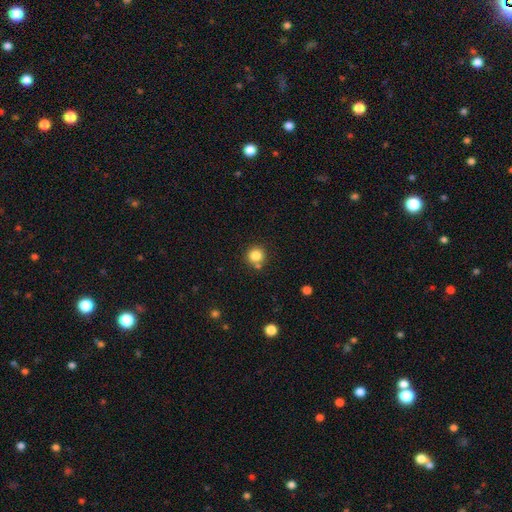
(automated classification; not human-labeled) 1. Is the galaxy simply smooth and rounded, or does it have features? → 83% smooth, 12% star or artifact, 6% featured or disk.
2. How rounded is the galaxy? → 92% round, 7% in between, 1% cigar-shaped.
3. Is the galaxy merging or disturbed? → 75% none, 13% merger, 9% minor disturbance, 3% major disturbance.